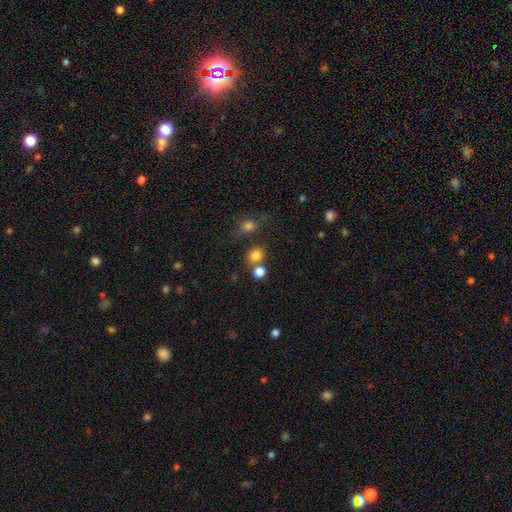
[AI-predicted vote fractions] Overall: smooth (79%). How rounded: round (73%). Merging: none (61%; merger 25%).